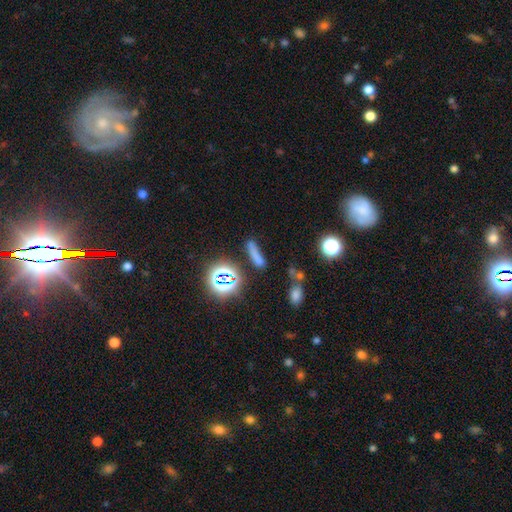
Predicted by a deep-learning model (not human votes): Smooth or featured? Predicted: smooth (p=0.61). How rounded? Predicted: cigar-shaped (p=0.72). Merging? Predicted: none (p=0.62).